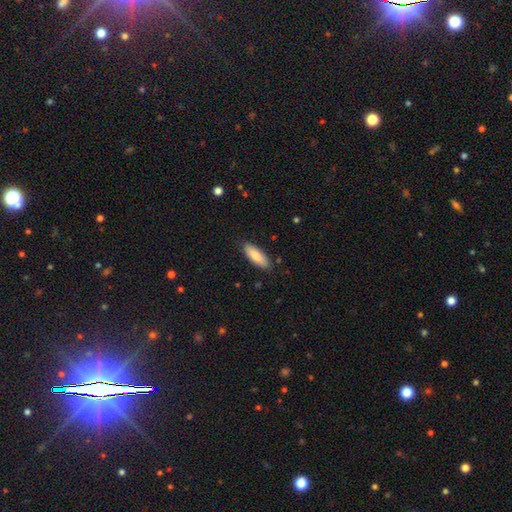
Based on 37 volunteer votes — Overall: smooth (95%). How rounded: in between (83%). Merging: none (83%).